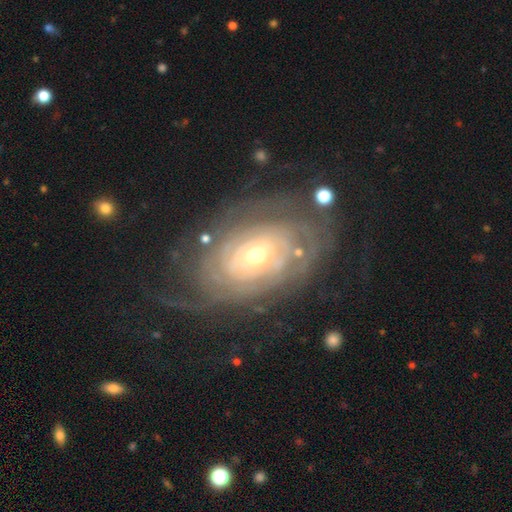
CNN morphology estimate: A featured or disk galaxy (84%) with no bar (72%), tight (79%) spiral arms (90%) and a small central bulge (52%). Merging: none (68%).